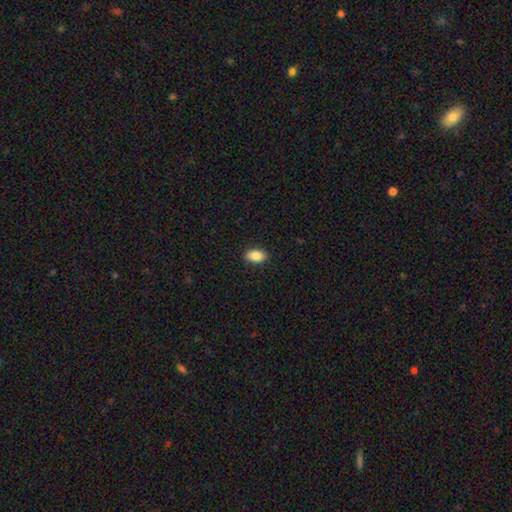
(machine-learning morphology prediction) Smooth or featured?
  - smooth: 87% *
  - star or artifact: 8%
  - featured or disk: 6%
How rounded?
  - in between: 91% *
  - round: 7%
  - cigar-shaped: 2%
Merging?
  - none: 90% *
  - minor disturbance: 7%
  - major disturbance: 2%
  - merger: 1%